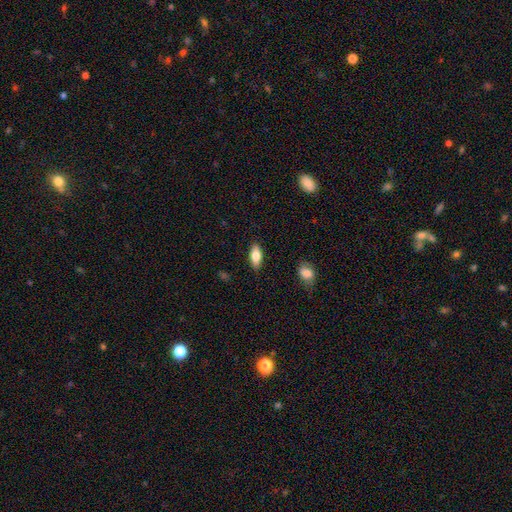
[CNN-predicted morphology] Smooth or featured?
  - smooth: 77% *
  - featured or disk: 17%
  - star or artifact: 7%
How rounded?
  - in between: 81% *
  - cigar-shaped: 16%
  - round: 3%
Merging?
  - none: 87% *
  - minor disturbance: 10%
  - major disturbance: 2%
  - merger: 1%